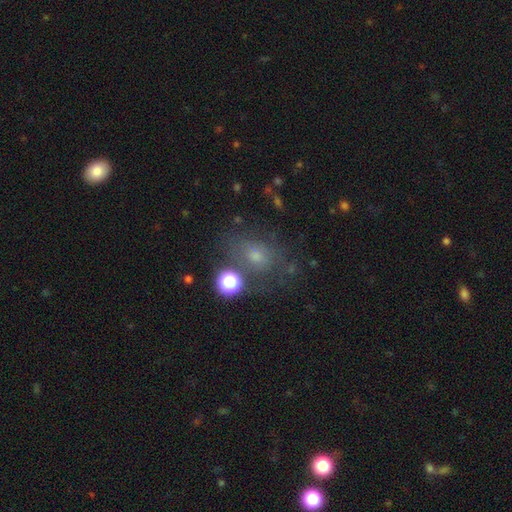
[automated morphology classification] Smooth or featured?
  - smooth: 63% *
  - star or artifact: 20%
  - featured or disk: 17%
How rounded?
  - in between: 56% *
  - round: 42%
  - cigar-shaped: 2%
Merging?
  - none: 56% *
  - minor disturbance: 20%
  - major disturbance: 15%
  - merger: 9%